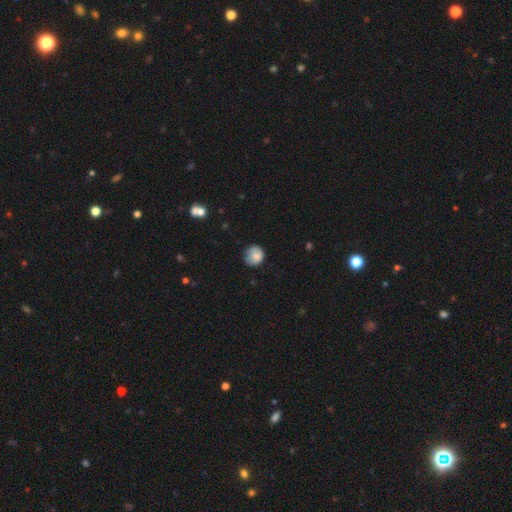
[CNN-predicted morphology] type=smooth (82%); roundness=round (81%); merging=none (66%).